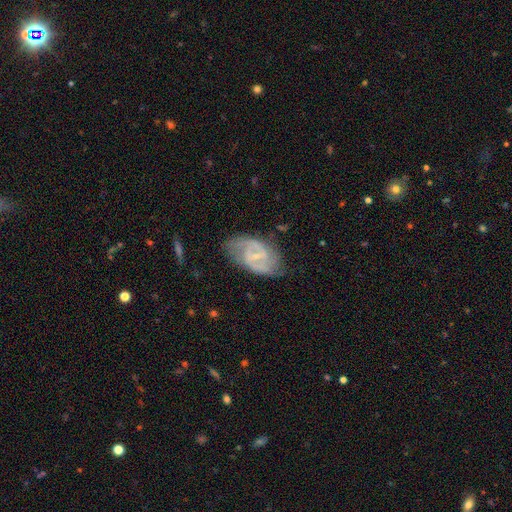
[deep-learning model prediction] Morphology: type=featured or disk (83%); edge-on=no (97%); bar=weak (55%); spiral arms=yes (94%); winding=medium (52%); arm count=2 (83%); bulge=small (70%); merging=none (69%).